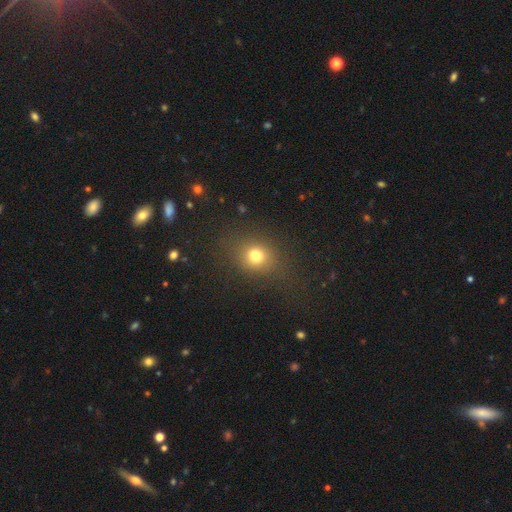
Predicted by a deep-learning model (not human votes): Smooth or featured?
  - smooth: 73% *
  - star or artifact: 18%
  - featured or disk: 10%
How rounded?
  - round: 62% *
  - in between: 37%
  - cigar-shaped: 2%
Merging?
  - none: 72% *
  - minor disturbance: 14%
  - major disturbance: 8%
  - merger: 7%